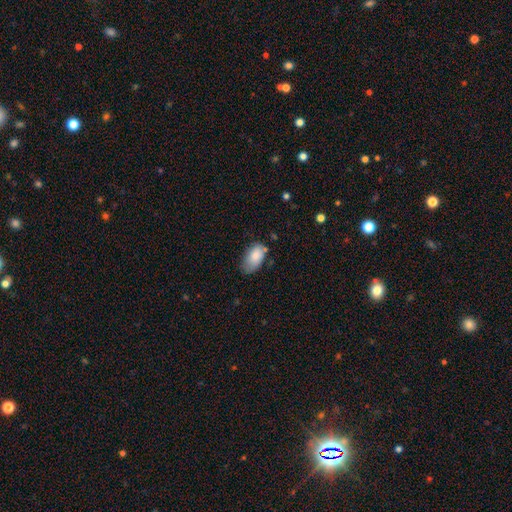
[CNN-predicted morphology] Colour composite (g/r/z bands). It shows a smooth galaxy with no disk features (84%) that is in between round and cigar-shaped (94%). Merging: none (57%).